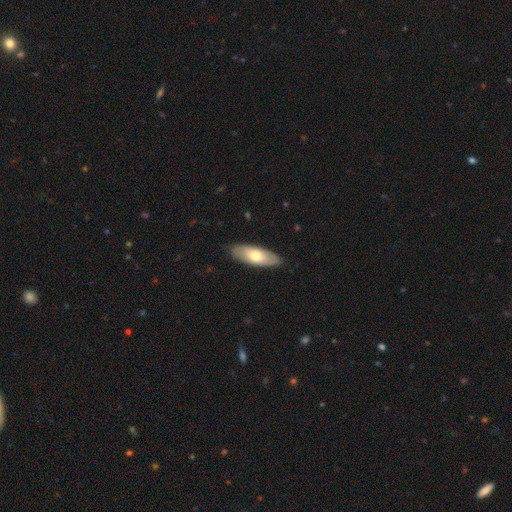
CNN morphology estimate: smooth-or-featured: smooth: 65% | featured or disk: 30% | star or artifact: 5%
  how-rounded: in between: 75% | cigar-shaped: 23% | round: 2%
  merging: none: 86% | minor disturbance: 11% | major disturbance: 2% | merger: 1%